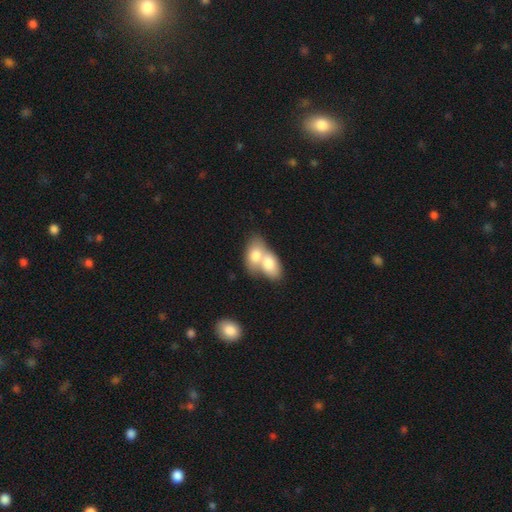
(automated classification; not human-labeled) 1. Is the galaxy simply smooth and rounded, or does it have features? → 73% smooth, 21% featured or disk, 6% star or artifact.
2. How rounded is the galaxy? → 86% in between, 12% round, 3% cigar-shaped.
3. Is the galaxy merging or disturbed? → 78% merger, 14% none, 5% minor disturbance, 3% major disturbance.